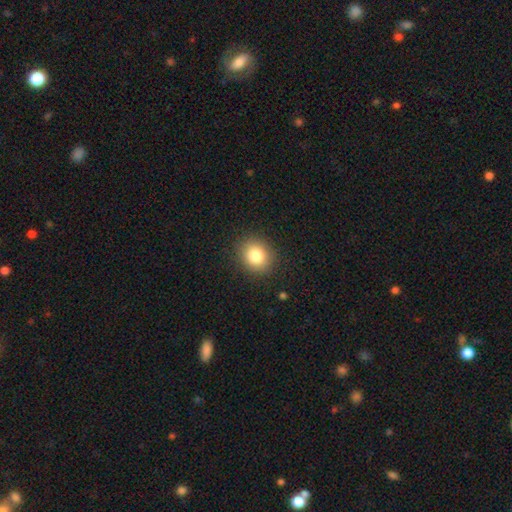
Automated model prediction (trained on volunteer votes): smooth_or_featured: smooth (p=0.82) [alt: star or artifact p=0.10]
how_rounded: round (p=0.72) [alt: in between p=0.27]
merging: none (p=0.89) [alt: minor disturbance p=0.07]